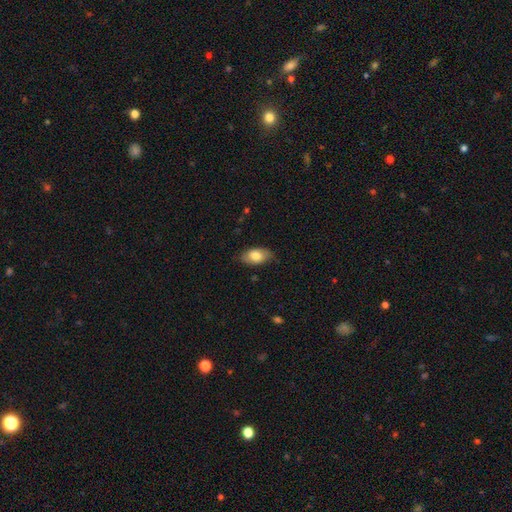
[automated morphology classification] Q: Smooth or featured?
A: smooth (76%); runner-up: featured or disk (17%)
Q: How rounded?
A: in between (92%); runner-up: round (6%)
Q: Merging?
A: none (77%); runner-up: minor disturbance (19%)